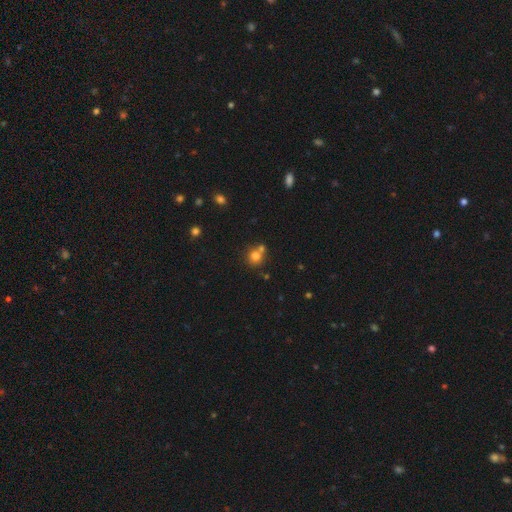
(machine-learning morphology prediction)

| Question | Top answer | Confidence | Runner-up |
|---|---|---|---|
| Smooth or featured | smooth | 75% | star or artifact (15%) |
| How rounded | round | 87% | in between (12%) |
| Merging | none | 56% | merger (33%) |